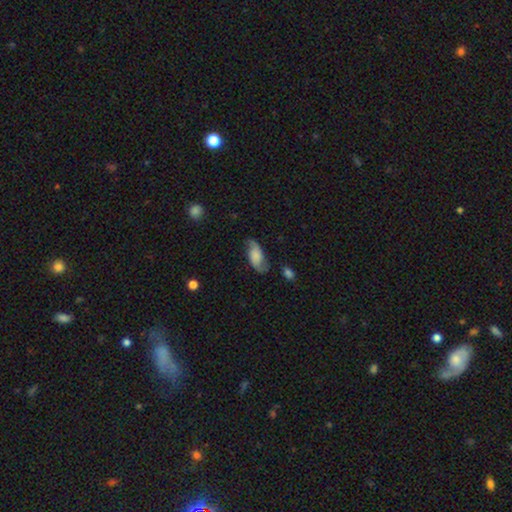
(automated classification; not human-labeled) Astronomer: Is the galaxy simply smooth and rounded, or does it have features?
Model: featured or disk — 59%.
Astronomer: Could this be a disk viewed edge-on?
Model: no — 93%.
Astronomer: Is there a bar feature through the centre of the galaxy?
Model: no — 62%.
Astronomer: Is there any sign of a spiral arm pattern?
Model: yes — 92%.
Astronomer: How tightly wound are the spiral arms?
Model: loose — 54% (runner-up: medium, 33%).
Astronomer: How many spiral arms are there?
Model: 2 — 90%.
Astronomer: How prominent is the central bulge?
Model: none — 37% (runner-up: small, 22%).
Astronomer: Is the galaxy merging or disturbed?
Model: none — 69%.